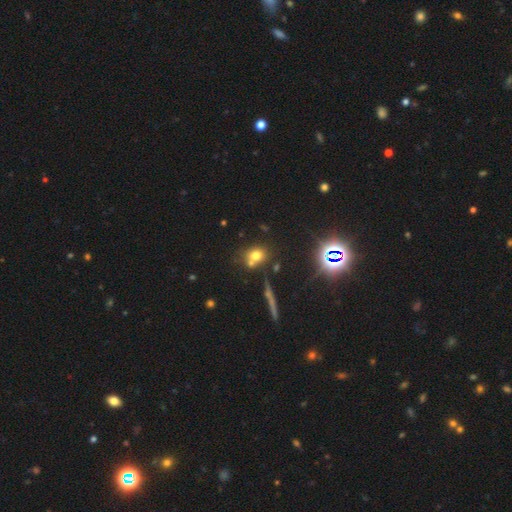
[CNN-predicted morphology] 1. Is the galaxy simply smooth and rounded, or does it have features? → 66% smooth, 20% star or artifact, 13% featured or disk.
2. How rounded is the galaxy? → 65% round, 33% in between, 2% cigar-shaped.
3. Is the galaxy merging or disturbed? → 56% none, 28% merger, 11% minor disturbance, 4% major disturbance.